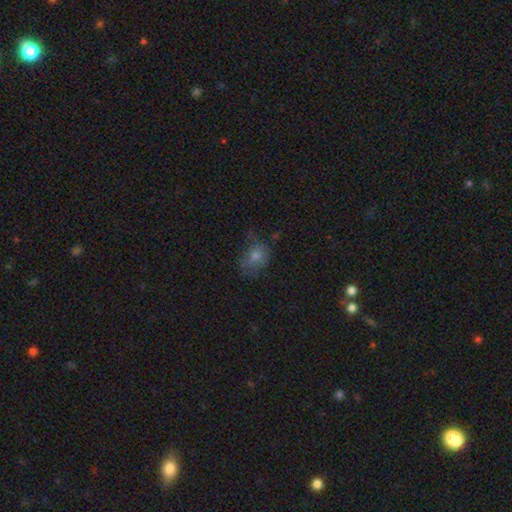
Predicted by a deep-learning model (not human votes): The model was most divided on "how rounded": in between: 55%, round: 44%, cigar-shaped: 1%. Remaining: smooth or featured — smooth (62%); merging — none (50%).